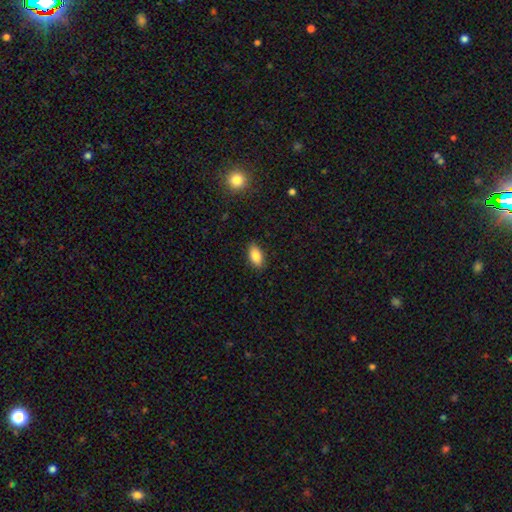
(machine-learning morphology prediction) Smooth or featured: smooth — 86% (star or artifact — 8%)
How rounded: in between — 90% (cigar-shaped — 6%)
Merging: none — 87% (minor disturbance — 10%)